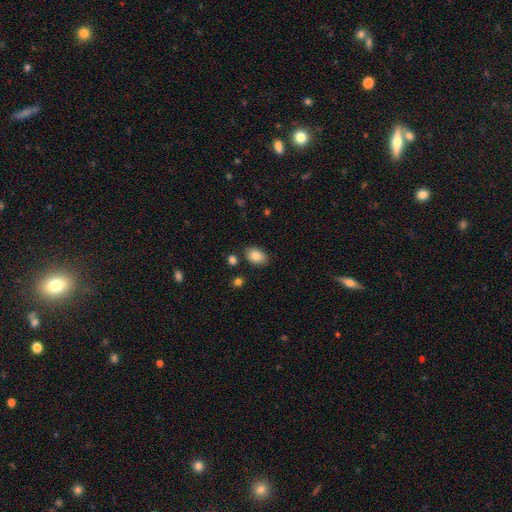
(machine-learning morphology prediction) The model was most divided on "merging": none: 81%, minor disturbance: 12%, merger: 3%, major disturbance: 3%. More confident: smooth or featured — smooth (86%); how rounded — in between (84%).